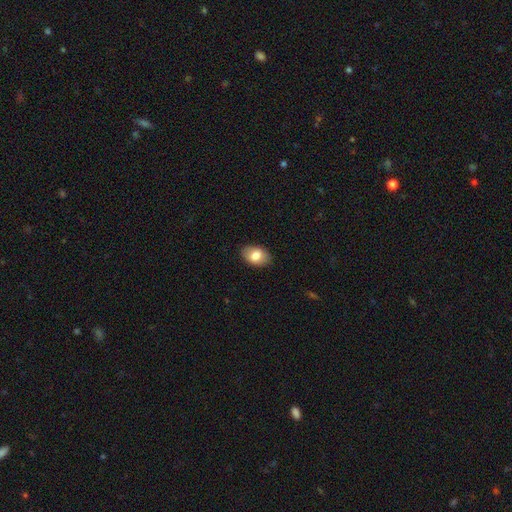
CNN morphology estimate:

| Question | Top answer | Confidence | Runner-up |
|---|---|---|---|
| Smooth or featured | smooth | 81% | featured or disk (12%) |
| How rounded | in between | 87% | round (12%) |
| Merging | none | 87% | minor disturbance (10%) |